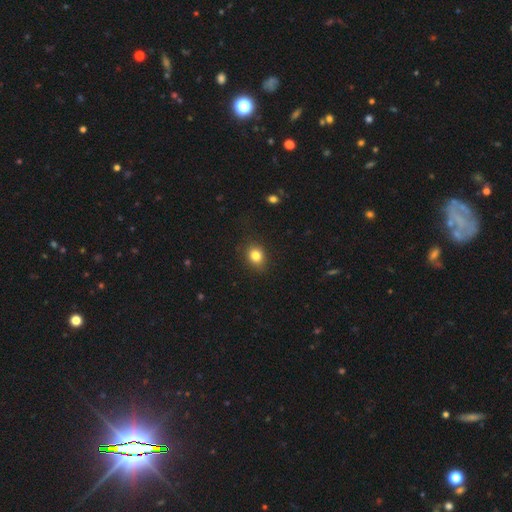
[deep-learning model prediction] A smooth galaxy with no disk features (82%) that is round (56%). Merging: none (84%).